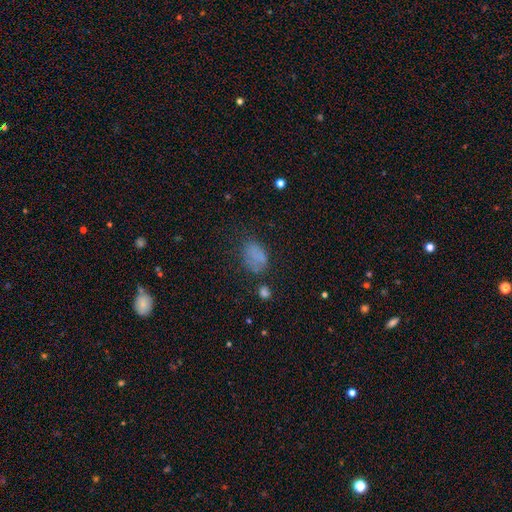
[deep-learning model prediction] A smooth galaxy with no disk features (70%) that is in between round and cigar-shaped (81%).

Vote fractions:
- Smooth or featured? smooth: 70% / star or artifact: 17% / featured or disk: 14%
- How rounded? in between: 81% / round: 17% / cigar-shaped: 2%
- Merging? none: 54% / minor disturbance: 25% / major disturbance: 15% / merger: 6%